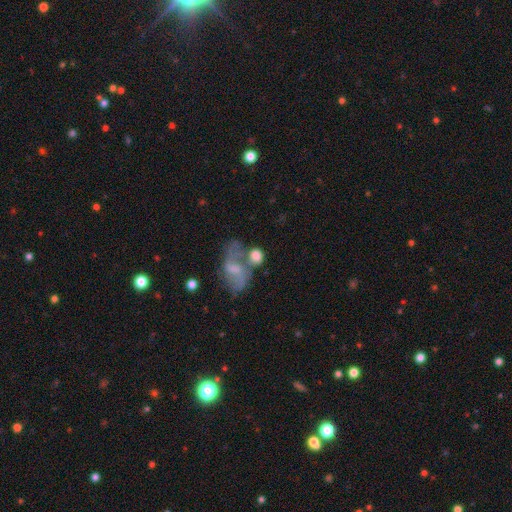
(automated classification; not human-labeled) smooth-or-featured: smooth: 58% | featured or disk: 31% | star or artifact: 10%
  how-rounded: in between: 57% | round: 40% | cigar-shaped: 3%
  merging: merger: 38% | none: 31% | major disturbance: 15% | minor disturbance: 15%